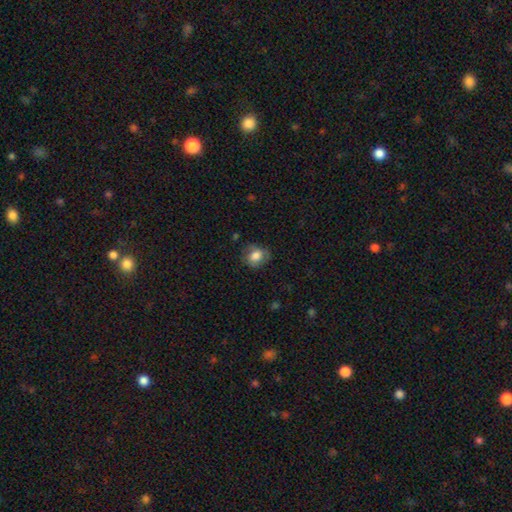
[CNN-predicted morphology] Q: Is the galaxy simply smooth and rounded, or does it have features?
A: smooth — 71%.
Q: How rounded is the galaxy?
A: round — 60%.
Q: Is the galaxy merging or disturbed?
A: none — 67%.